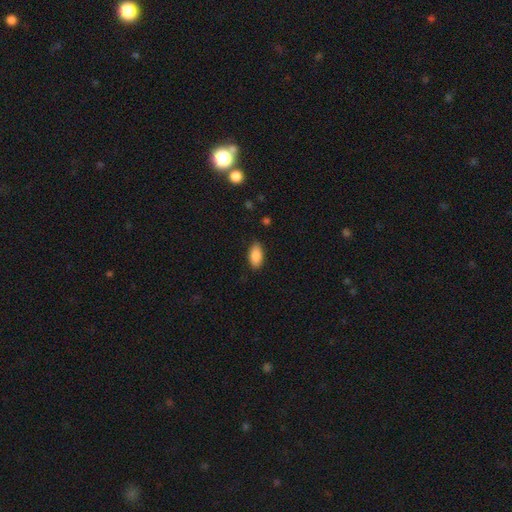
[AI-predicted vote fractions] Morphology: type=smooth (88%); roundness=in between (92%); merging=none (86%).